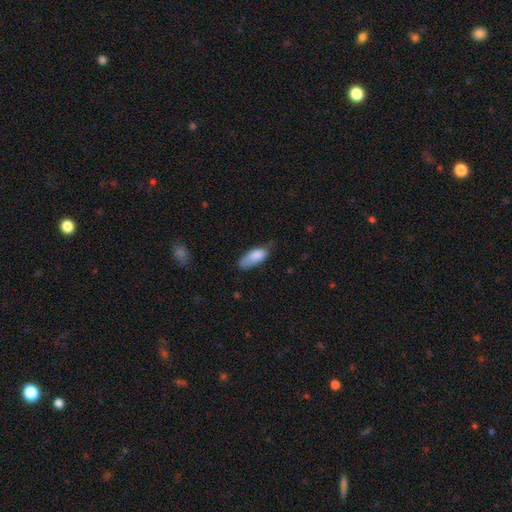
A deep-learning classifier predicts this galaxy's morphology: The model was most divided on "merging": none: 50%, minor disturbance: 38%, major disturbance: 10%, merger: 3%. More confident: smooth or featured — smooth (84%); how rounded — in between (80%).